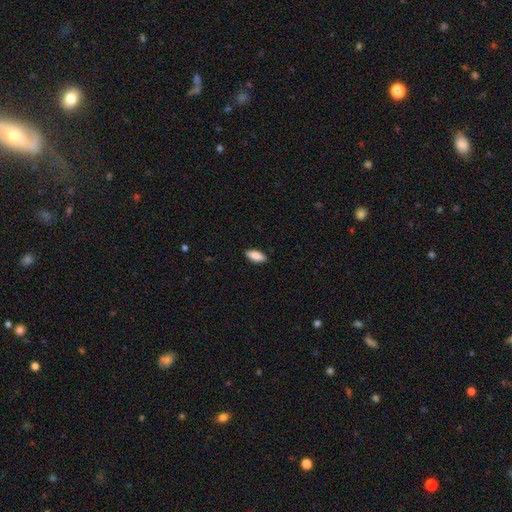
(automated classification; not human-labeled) smooth_or_featured: smooth (p=0.87) [alt: featured or disk p=0.07]
how_rounded: in between (p=0.83) [alt: cigar-shaped p=0.15]
merging: none (p=0.89) [alt: minor disturbance p=0.08]